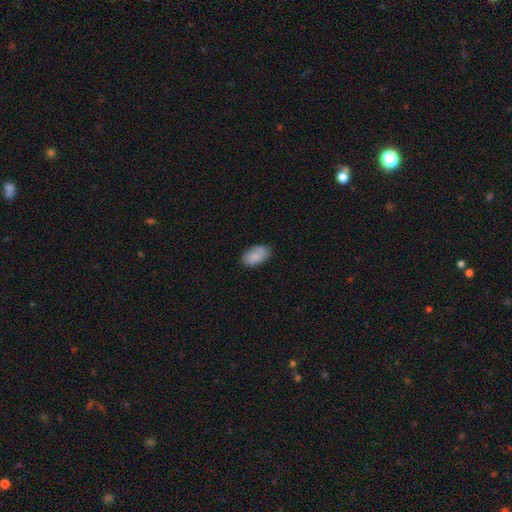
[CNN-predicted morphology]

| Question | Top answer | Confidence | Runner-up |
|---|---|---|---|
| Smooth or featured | smooth | 84% | featured or disk (9%) |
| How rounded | in between | 93% | round (5%) |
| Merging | none | 79% | minor disturbance (17%) |